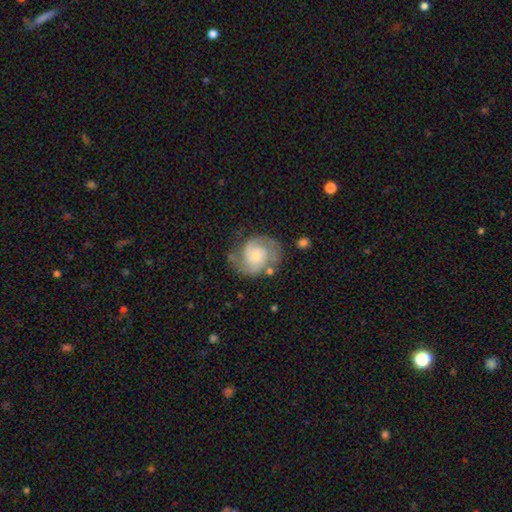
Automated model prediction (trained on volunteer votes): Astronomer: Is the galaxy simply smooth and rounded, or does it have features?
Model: featured or disk — 76%.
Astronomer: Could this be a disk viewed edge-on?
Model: no — 98%.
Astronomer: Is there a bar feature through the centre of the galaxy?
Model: no — 72%.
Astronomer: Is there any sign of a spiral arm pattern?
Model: yes — 92%.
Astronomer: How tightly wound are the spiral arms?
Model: tight — 45% (runner-up: medium, 43%).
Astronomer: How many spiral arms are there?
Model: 2 — 75%.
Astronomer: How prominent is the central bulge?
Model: small — 47% (runner-up: moderate, 45%).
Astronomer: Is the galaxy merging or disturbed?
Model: none — 63%.